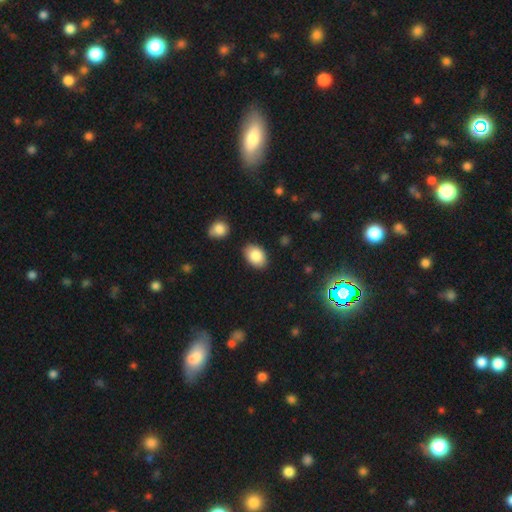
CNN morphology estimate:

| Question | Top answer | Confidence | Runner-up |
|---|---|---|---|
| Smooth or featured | smooth | 87% | star or artifact (7%) |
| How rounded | in between | 85% | round (14%) |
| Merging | none | 84% | minor disturbance (11%) |